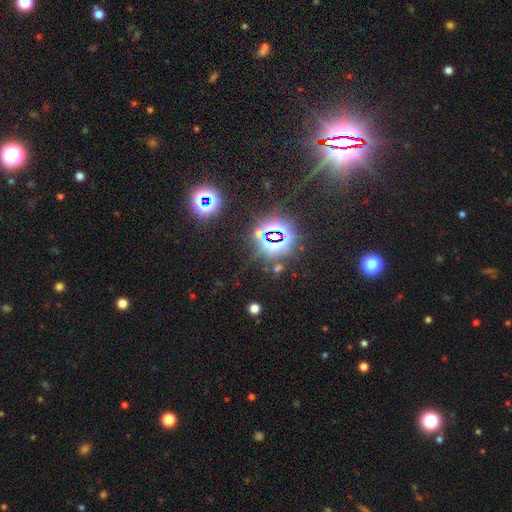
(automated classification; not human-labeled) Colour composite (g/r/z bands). It shows a star or artifact, not a galaxy (85%).